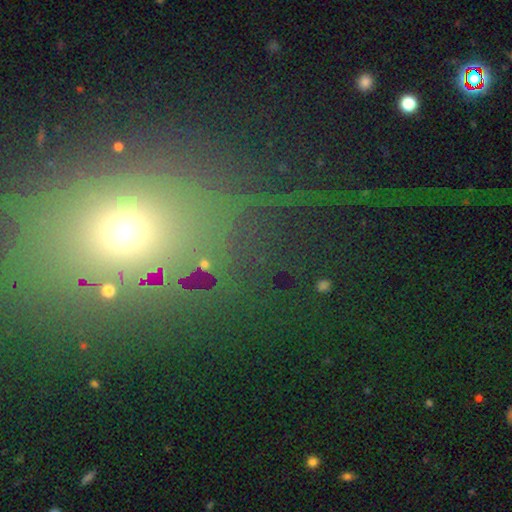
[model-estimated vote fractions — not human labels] Smooth or featured?
  - smooth: 44% *
  - star or artifact: 40%
  - featured or disk: 16%
Merging?
  - none: 66% *
  - major disturbance: 17%
  - minor disturbance: 12%
  - merger: 5%